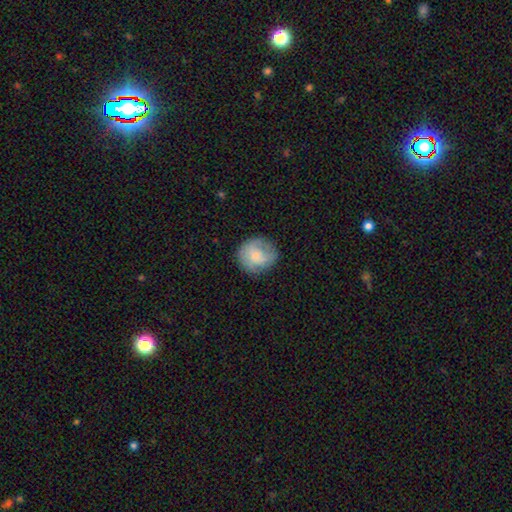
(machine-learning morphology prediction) smooth_or_featured: smooth (p=0.65) [alt: featured or disk p=0.27]
how_rounded: round (p=0.87) [alt: in between p=0.12]
merging: none (p=0.74) [alt: minor disturbance p=0.19]